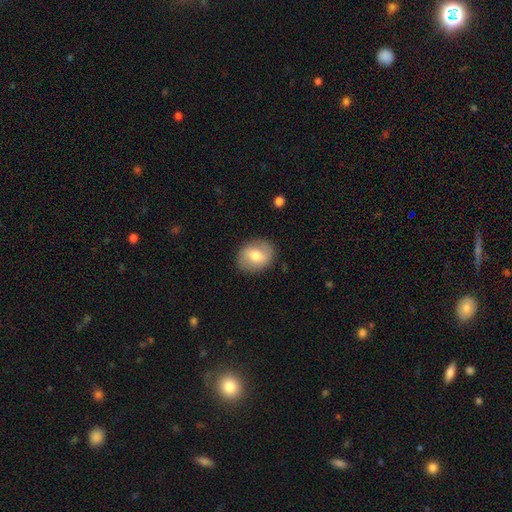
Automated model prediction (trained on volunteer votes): Overall: smooth (66%; featured or disk 26%). How rounded: in between (51%; round 48%). Merging: none (85%).